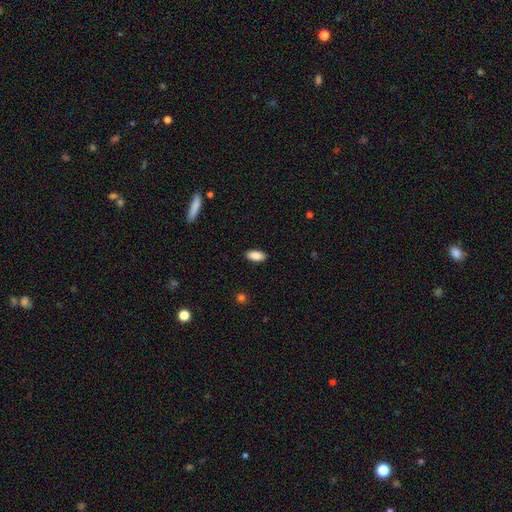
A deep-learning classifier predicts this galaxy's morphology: smooth_or_featured: smooth (p=0.88) [alt: star or artifact p=0.07]
how_rounded: in between (p=0.90) [alt: cigar-shaped p=0.08]
merging: none (p=0.89) [alt: minor disturbance p=0.08]